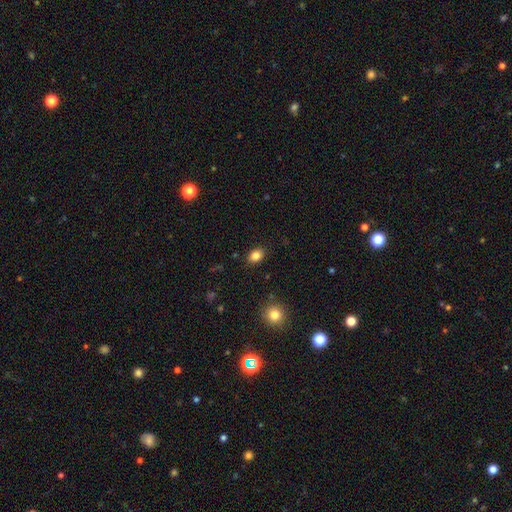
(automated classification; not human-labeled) A smooth galaxy with no disk features (84%) that is in between round and cigar-shaped (69%).

Vote fractions:
- Smooth or featured? smooth: 84% / star or artifact: 10% / featured or disk: 6%
- How rounded? in between: 69% / round: 30% / cigar-shaped: 1%
- Merging? none: 87% / minor disturbance: 10% / major disturbance: 3% / merger: 1%